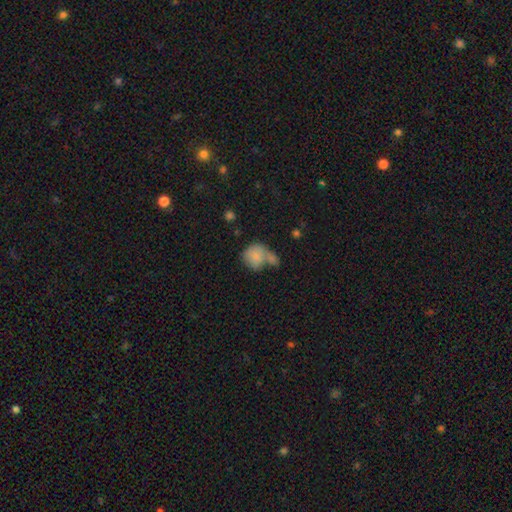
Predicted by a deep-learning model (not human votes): This appears to be a smooth galaxy with no disk features (80%) that is round (68%). Merging: merger (46%).